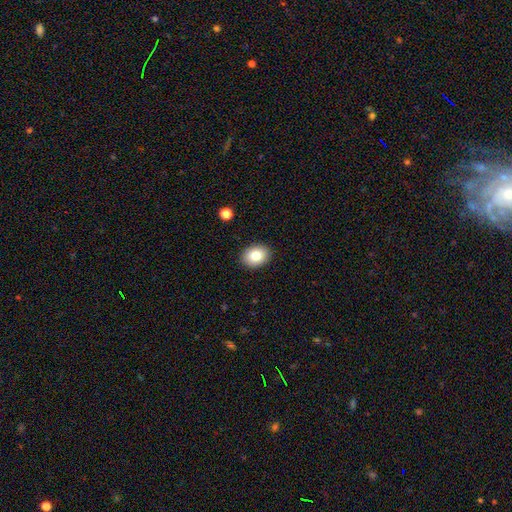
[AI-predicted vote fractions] smooth 81%, featured or disk 10%, star or artifact 9%. Down the decision tree: how rounded — in between (61%); merging — none (90%).